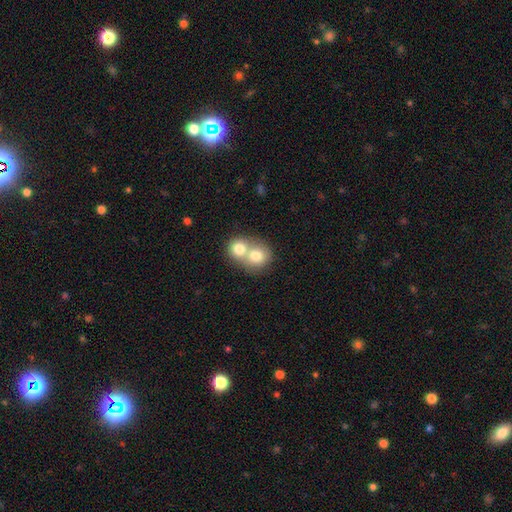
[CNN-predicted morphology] smooth-or-featured: smooth: 75% | featured or disk: 17% | star or artifact: 8%
  how-rounded: round: 78% | in between: 21% | cigar-shaped: 1%
  merging: merger: 70% | none: 24% | minor disturbance: 4% | major disturbance: 2%